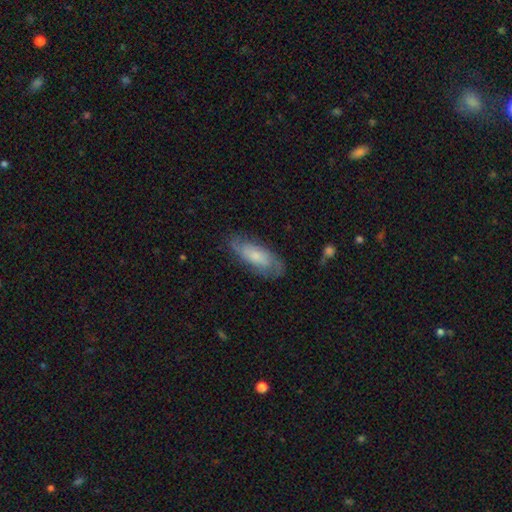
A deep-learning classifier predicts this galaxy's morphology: A featured or disk galaxy (53%).

Vote fractions:
- Smooth or featured? featured or disk: 53% / smooth: 40% / star or artifact: 7%
- Edge-on disk? no: 87% / yes: 13%
- Merging? none: 73% / minor disturbance: 20% / major disturbance: 7% / merger: 1%